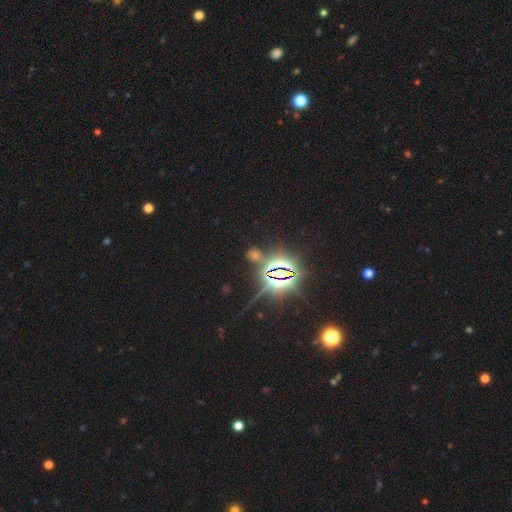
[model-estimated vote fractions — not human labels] The model was most divided on "smooth or featured": star or artifact: 79%, smooth: 13%, featured or disk: 8%.